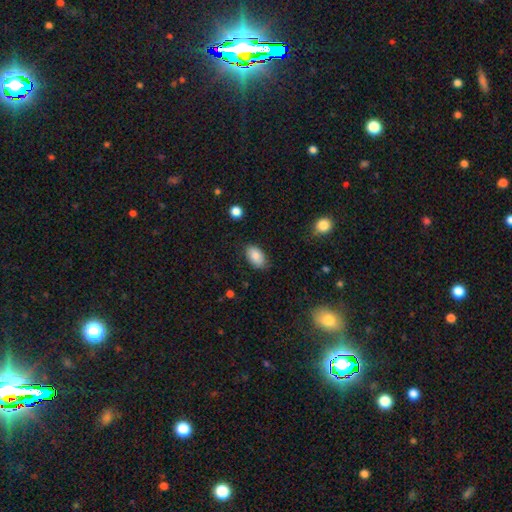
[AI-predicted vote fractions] The model was most divided on "merging": none: 77%, minor disturbance: 18%, major disturbance: 4%, merger: 1%. More confident: how rounded — in between (91%); smooth or featured — smooth (80%).